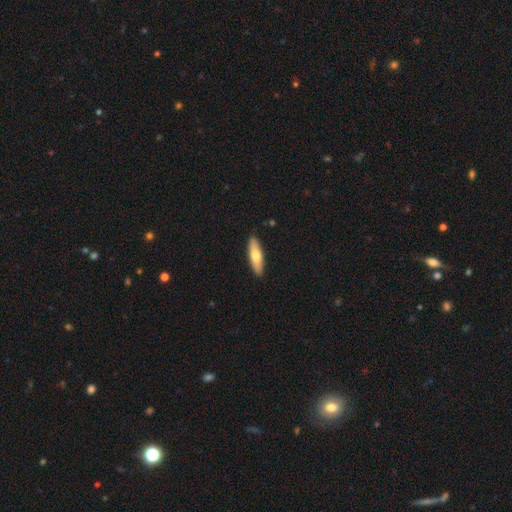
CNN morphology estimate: This appears to be a smooth galaxy with no disk features (66%) that is cigar-shaped (57%). Merging: none (90%).